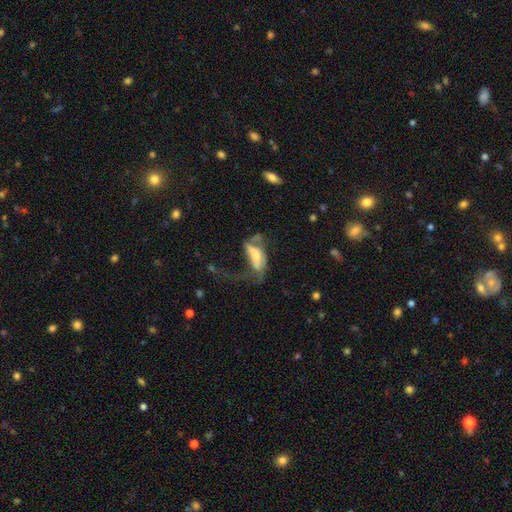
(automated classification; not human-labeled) Overall: featured or disk (53%; smooth 39%). Edge-on disk: no (85%). Merging: major disturbance (59%).